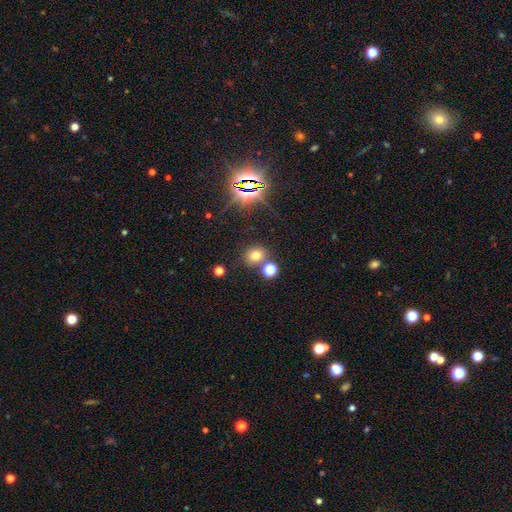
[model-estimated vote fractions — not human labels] Smooth or featured?
  - smooth: 66% *
  - star or artifact: 25%
  - featured or disk: 9%
How rounded?
  - round: 68% *
  - in between: 31%
  - cigar-shaped: 1%
Merging?
  - none: 73% *
  - merger: 14%
  - minor disturbance: 9%
  - major disturbance: 4%